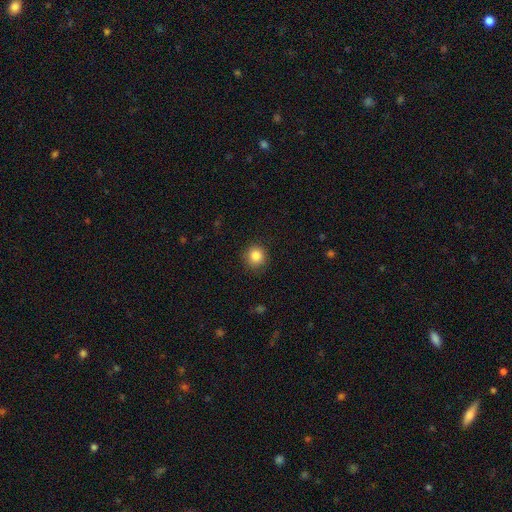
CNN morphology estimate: The model was most divided on "smooth or featured": smooth: 85%, star or artifact: 10%, featured or disk: 5%. More confident: how rounded — round (93%); merging — none (90%).